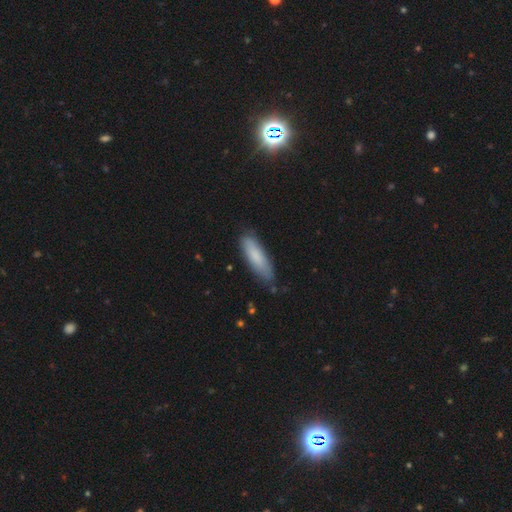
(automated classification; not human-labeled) Overall: smooth (81%). How rounded: cigar-shaped (58%; in between 40%). Merging: none (78%).